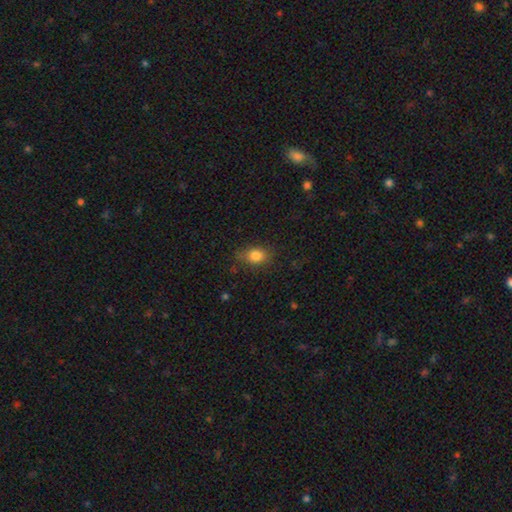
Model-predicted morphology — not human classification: This appears to be a smooth galaxy with no disk features (82%) that is in between round and cigar-shaped (68%). Merging: none (77%).